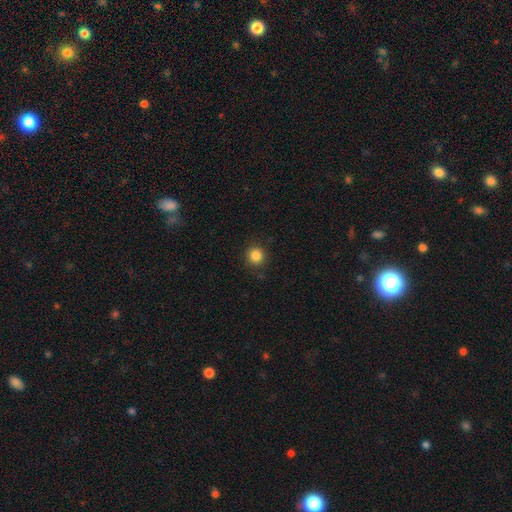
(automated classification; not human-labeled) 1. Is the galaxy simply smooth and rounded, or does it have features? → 85% smooth, 11% star or artifact, 4% featured or disk.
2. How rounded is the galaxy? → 93% round, 6% in between, 1% cigar-shaped.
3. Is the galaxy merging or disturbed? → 89% none, 8% minor disturbance, 2% major disturbance, 1% merger.